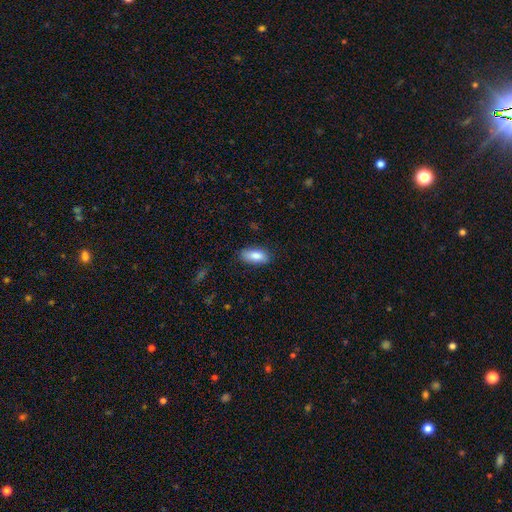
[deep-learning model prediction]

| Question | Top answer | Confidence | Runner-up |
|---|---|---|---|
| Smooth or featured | smooth | 85% | featured or disk (8%) |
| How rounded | in between | 86% | cigar-shaped (11%) |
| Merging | none | 82% | minor disturbance (14%) |